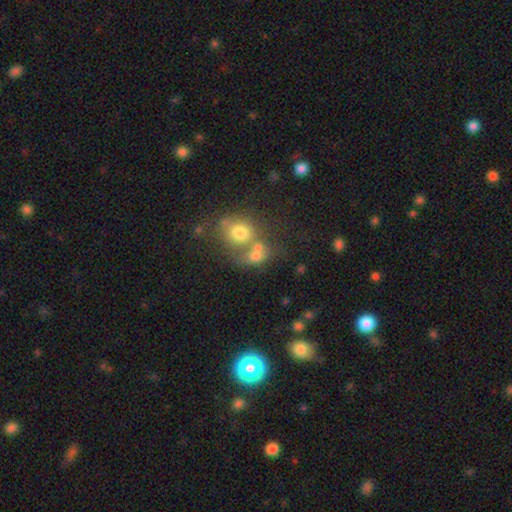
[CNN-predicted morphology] Overall: smooth (65%). How rounded: round (54%; in between 44%). Merging: merger (50%; none 32%).